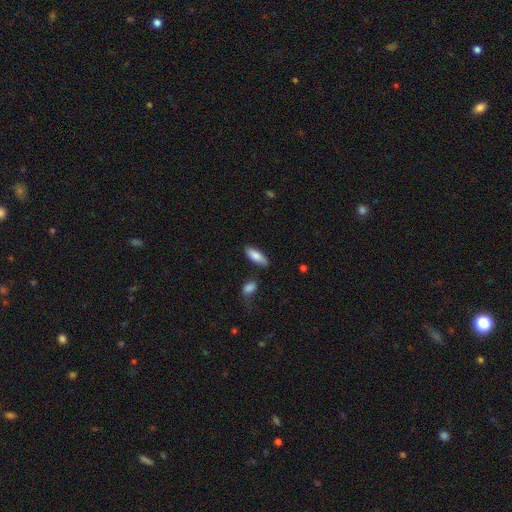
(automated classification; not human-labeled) Morphology: type=smooth (82%); roundness=in between (70%); merging=none (79%).